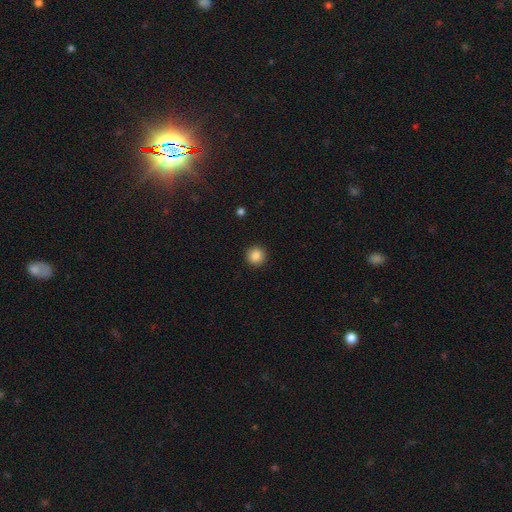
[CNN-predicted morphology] Overall: smooth (87%). How rounded: round (94%). Merging: none (92%).